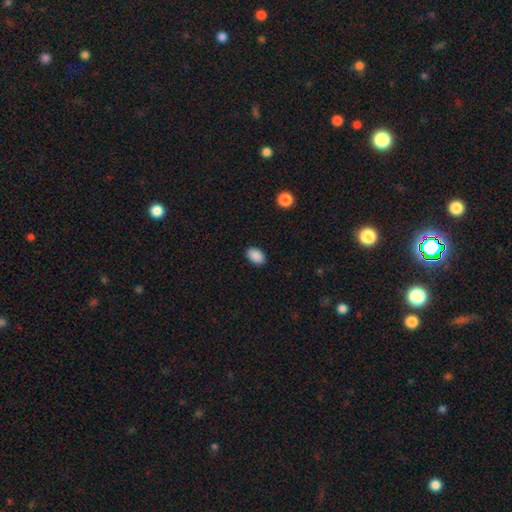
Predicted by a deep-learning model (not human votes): The model was most divided on "how rounded": in between: 89%, round: 10%, cigar-shaped: 1%. More confident: smooth or featured — smooth (90%); merging — none (89%).